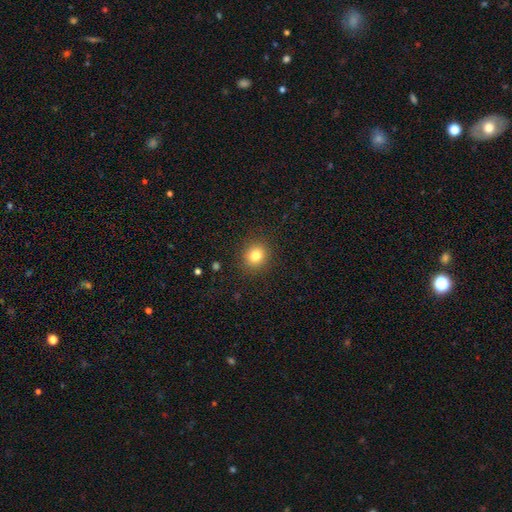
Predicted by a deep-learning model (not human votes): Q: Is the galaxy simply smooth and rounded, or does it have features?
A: smooth — 81%.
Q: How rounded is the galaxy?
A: round — 78%.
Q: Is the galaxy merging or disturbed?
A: none — 89%.